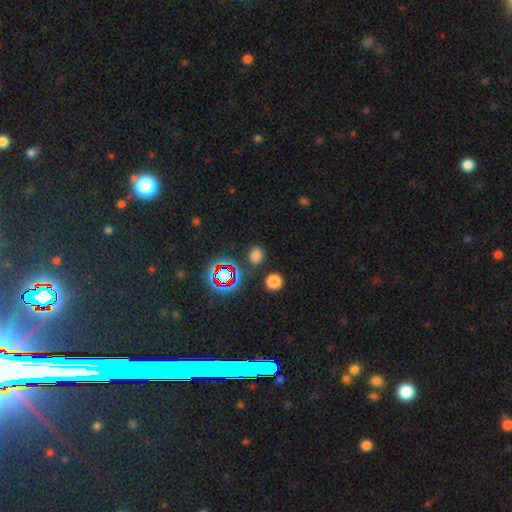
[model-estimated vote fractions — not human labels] smooth_or_featured: smooth (p=0.68) [alt: star or artifact p=0.27]
how_rounded: round (p=0.53) [alt: in between p=0.46]
merging: none (p=0.81) [alt: minor disturbance p=0.10]